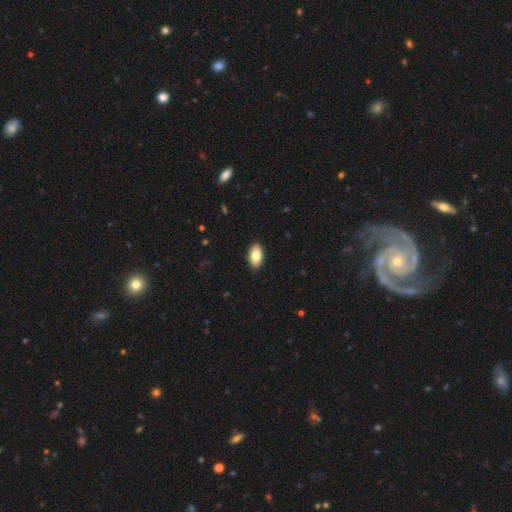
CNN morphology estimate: smooth 80%, featured or disk 13%, star or artifact 7%. Down the decision tree: how rounded — in between (94%); merging — none (90%).